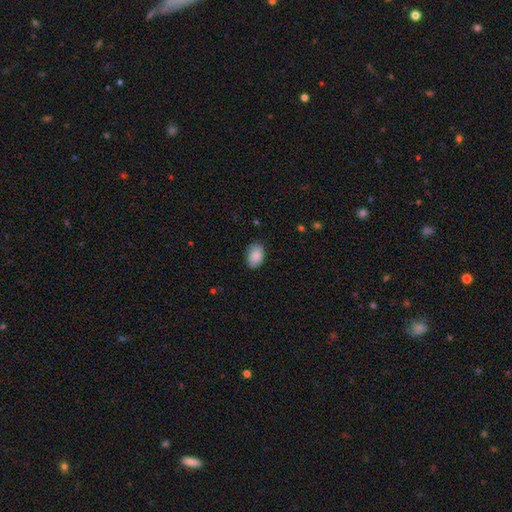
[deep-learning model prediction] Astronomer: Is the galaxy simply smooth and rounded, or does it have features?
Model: smooth — 86%.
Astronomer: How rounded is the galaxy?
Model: in between — 84%.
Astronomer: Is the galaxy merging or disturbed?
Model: none — 80%.